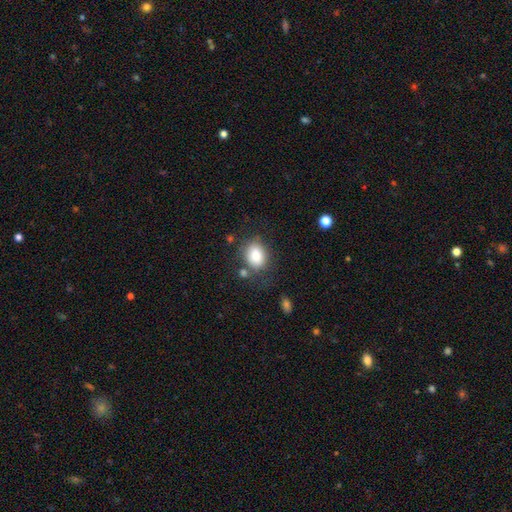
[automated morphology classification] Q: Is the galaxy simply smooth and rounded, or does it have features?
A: smooth — 82%.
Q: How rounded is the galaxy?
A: in between — 64%.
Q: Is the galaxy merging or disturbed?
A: none — 65%.